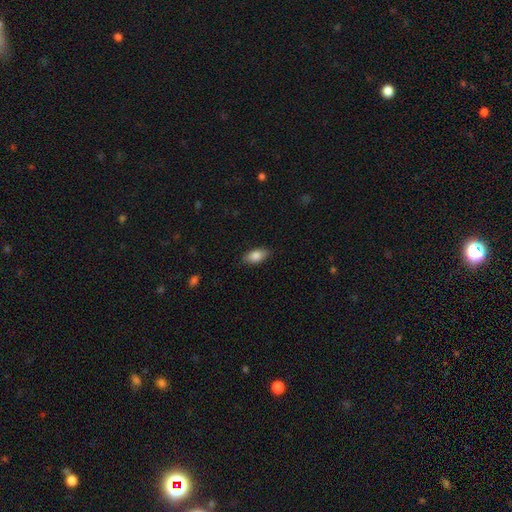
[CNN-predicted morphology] A smooth galaxy with no disk features (83%) that is in between round and cigar-shaped (90%).

Vote fractions:
- Smooth or featured? smooth: 83% / featured or disk: 10% / star or artifact: 7%
- How rounded? in between: 90% / cigar-shaped: 6% / round: 4%
- Merging? none: 86% / minor disturbance: 10% / major disturbance: 2% / merger: 1%